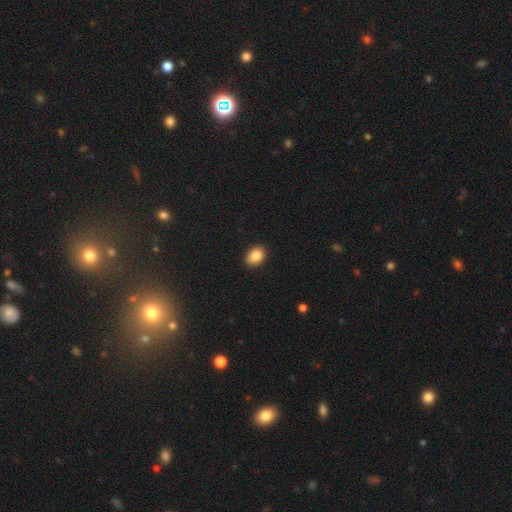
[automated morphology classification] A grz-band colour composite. It shows a smooth galaxy with no disk features (86%) that is in between round and cigar-shaped (70%). Merging: none (89%).